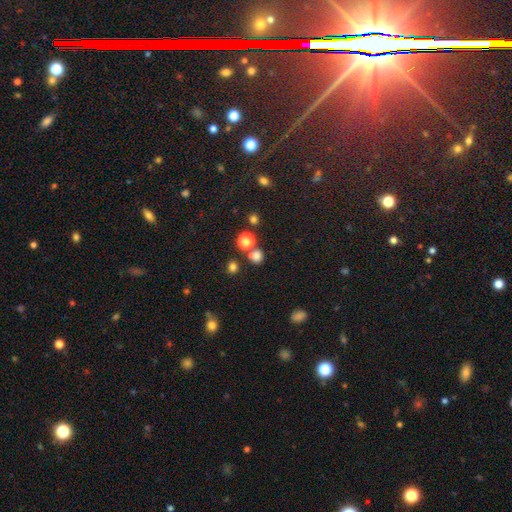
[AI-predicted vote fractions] Smooth or featured: smooth — 74% (star or artifact — 20%)
How rounded: round — 83% (in between — 16%)
Merging: none — 63% (merger — 24%)